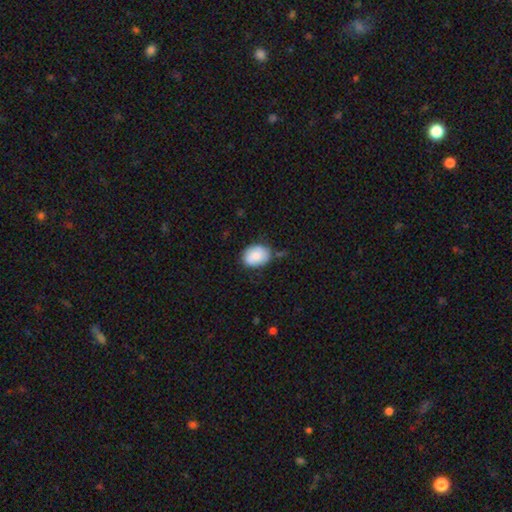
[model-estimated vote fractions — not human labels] smooth_or_featured: smooth (p=0.84) [alt: featured or disk p=0.10]
how_rounded: in between (p=0.70) [alt: round p=0.29]
merging: none (p=0.67) [alt: minor disturbance p=0.23]